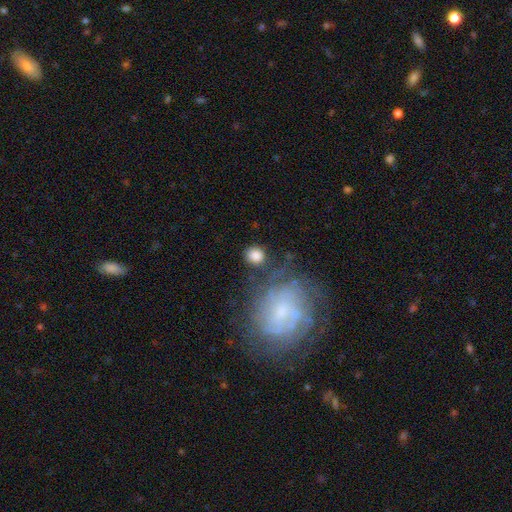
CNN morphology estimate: This is clearly a smooth galaxy (83%). How rounded: clearly round (84%). Merging: likely none (76%).